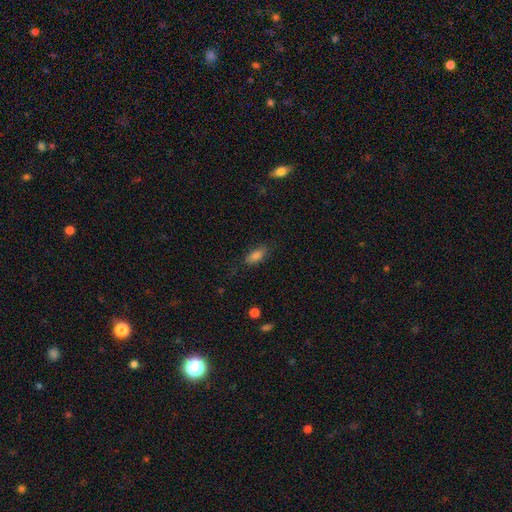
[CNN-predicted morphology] smooth 83%, star or artifact 9%, featured or disk 8%. Down the decision tree: how rounded — in between (83%); merging — none (80%).